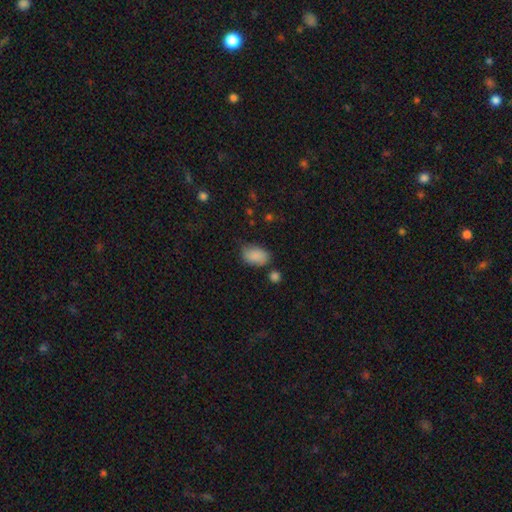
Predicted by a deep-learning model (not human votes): This appears to be a smooth galaxy with no disk features (86%) that is in between round and cigar-shaped (88%). Merging: none (62%).